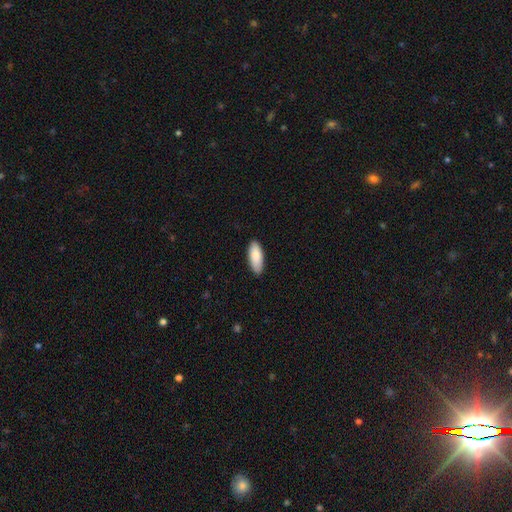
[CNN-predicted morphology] Smooth or featured? smooth (87%)
How rounded? in between (81%)
Merging? none (88%)